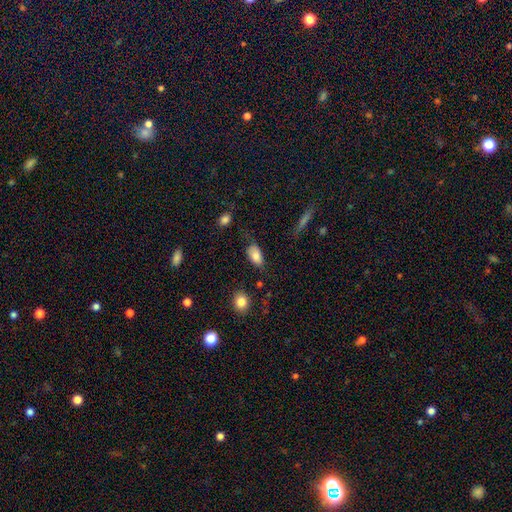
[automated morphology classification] This appears to be a smooth galaxy with no disk features (80%) that is in between round and cigar-shaped (92%). Merging: none (64%).